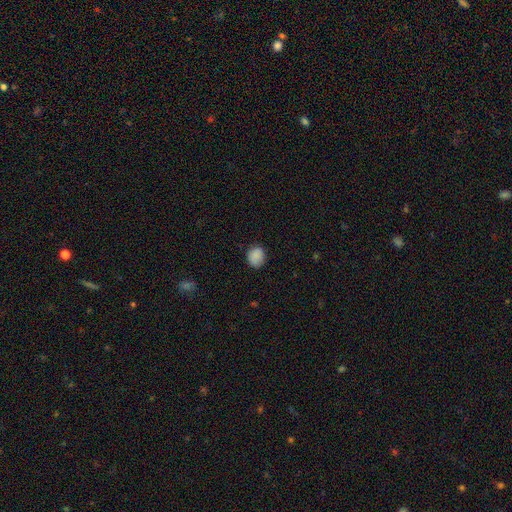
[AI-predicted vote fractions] This is clearly a smooth galaxy (87%). How rounded: likely round (63%). Merging: clearly none (81%).